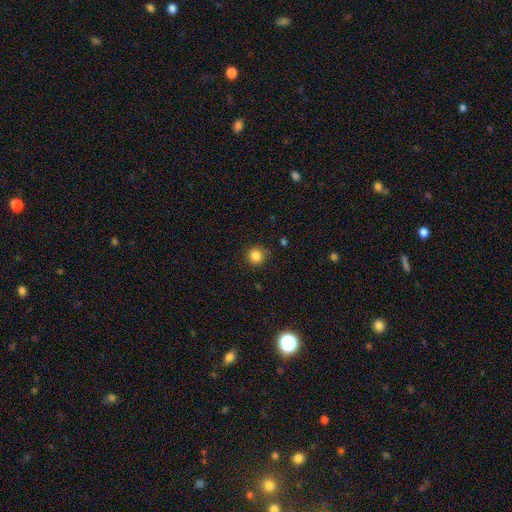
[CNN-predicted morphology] Smooth or featured? Predicted: smooth (p=0.85). How rounded? Predicted: round (p=0.92). Merging? Predicted: none (p=0.85).